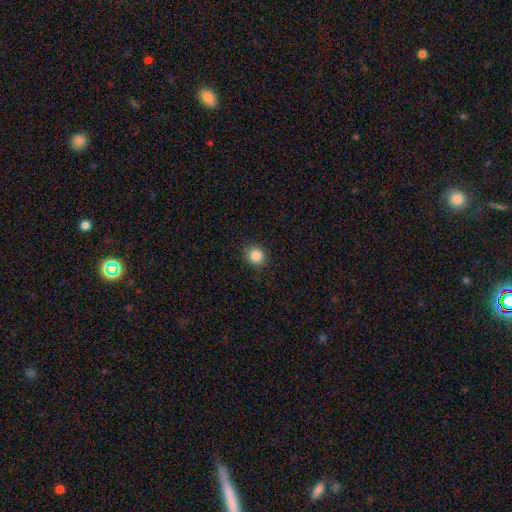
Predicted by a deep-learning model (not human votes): Smooth or featured? smooth (86%)
How rounded? round (86%)
Merging? none (89%)